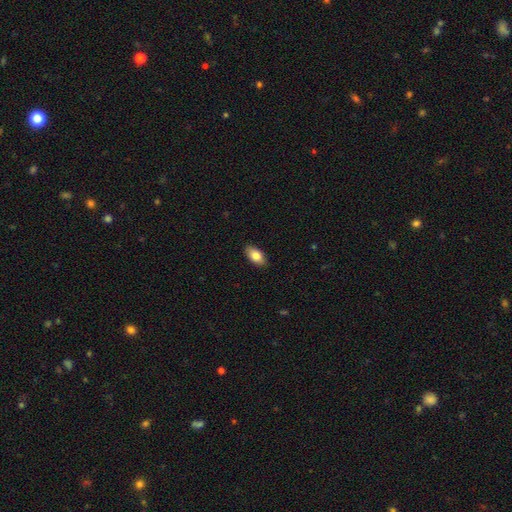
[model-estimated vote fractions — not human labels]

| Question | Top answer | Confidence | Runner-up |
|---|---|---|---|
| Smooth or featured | smooth | 83% | featured or disk (11%) |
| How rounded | in between | 92% | round (4%) |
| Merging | none | 89% | minor disturbance (9%) |